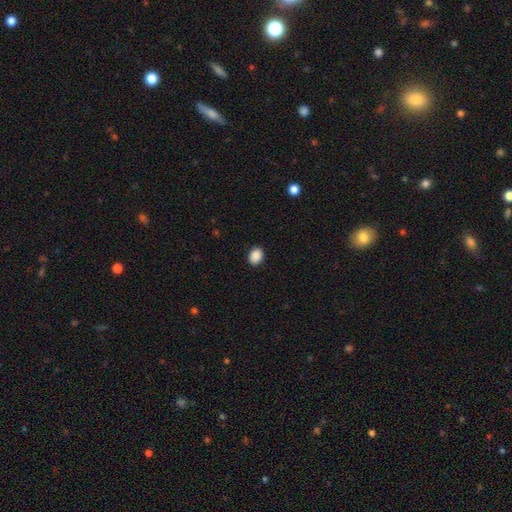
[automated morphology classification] type=smooth (89%); roundness=in between (59%); merging=none (89%).